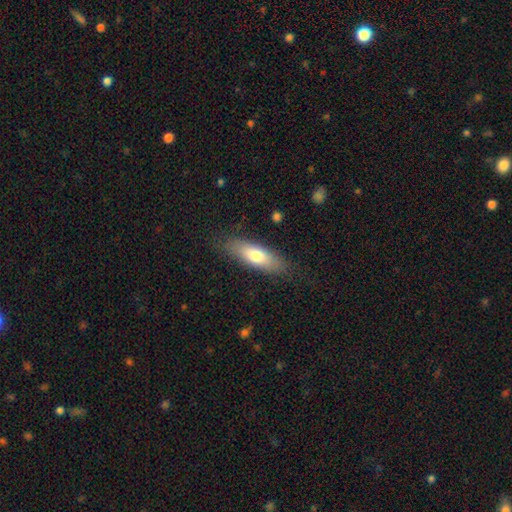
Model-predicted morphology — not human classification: smooth-or-featured: smooth: 72% | featured or disk: 22% | star or artifact: 6%
  how-rounded: in between: 59% | cigar-shaped: 38% | round: 2%
  merging: none: 83% | minor disturbance: 12% | major disturbance: 4% | merger: 1%